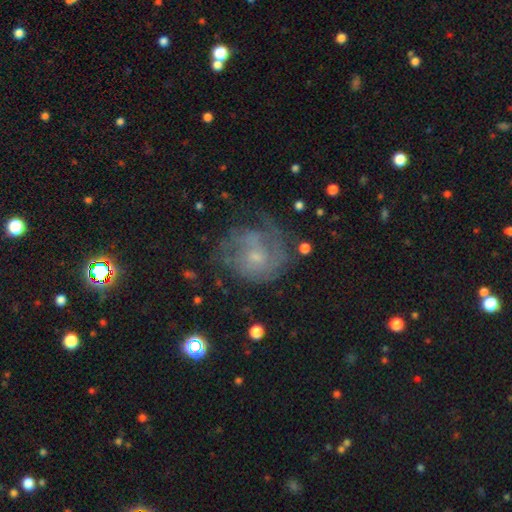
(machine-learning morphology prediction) Smooth or featured: featured or disk — 69% (smooth — 20%)
Edge-on disk: no — 98% (yes — 2%)
Bar: no — 66% (weak — 30%)
Spiral arms: yes — 81% (no — 19%)
Spiral winding: tight — 44% (medium — 39%)
Spiral arm count: can't tell — 43% (2 — 23%)
Bulge size: small — 64% (moderate — 24%)
Merging: none — 56% (minor disturbance — 21%)